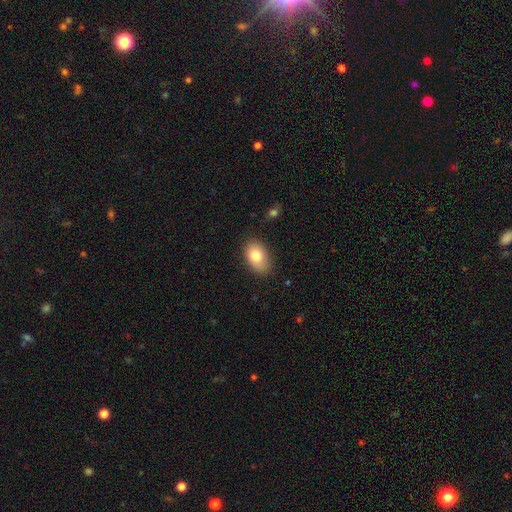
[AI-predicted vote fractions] Smooth or featured: smooth — 81% (featured or disk — 11%)
How rounded: in between — 89% (round — 10%)
Merging: none — 78% (minor disturbance — 17%)